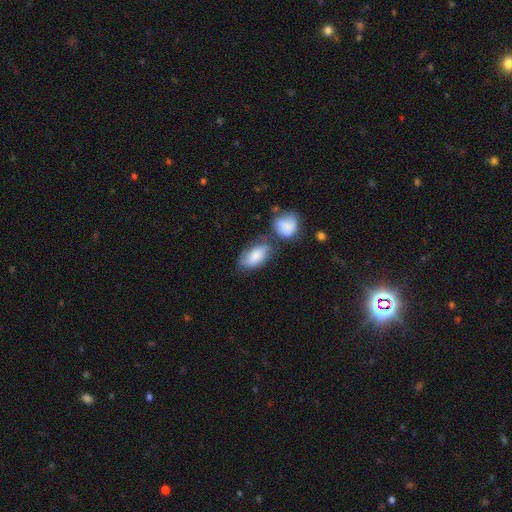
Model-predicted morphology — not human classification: This appears to be a smooth galaxy with no disk features (80%) that is in between round and cigar-shaped (91%). Merging: none (49%).